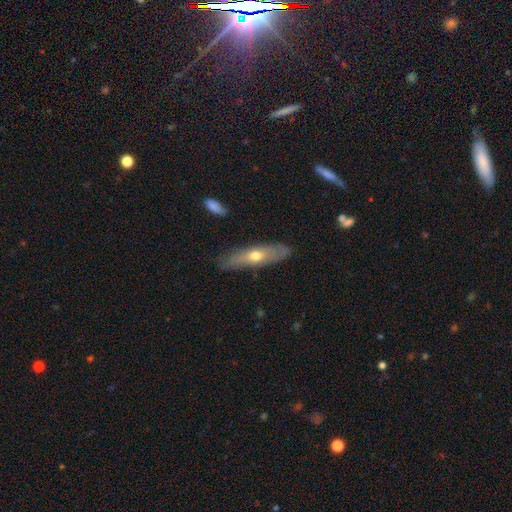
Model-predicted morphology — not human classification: Smooth or featured? featured or disk (47%, tied with smooth)
Merging? none (78%)